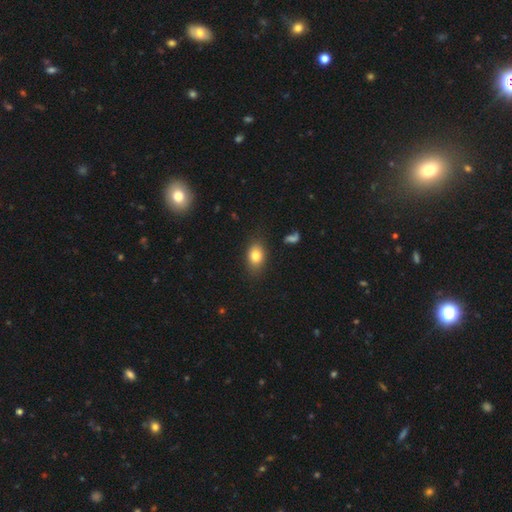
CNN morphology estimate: A smooth galaxy with no disk features (81%) that is in between round and cigar-shaped (79%). Merging: none (82%).